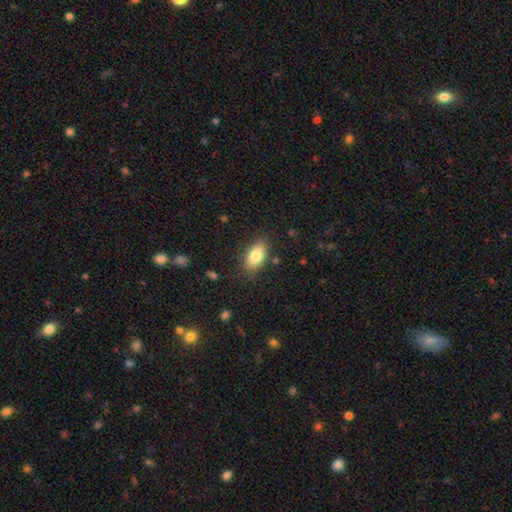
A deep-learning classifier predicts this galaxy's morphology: Smooth or featured?
  - smooth: 83% *
  - featured or disk: 10%
  - star or artifact: 7%
How rounded?
  - in between: 92% *
  - round: 5%
  - cigar-shaped: 4%
Merging?
  - none: 82% *
  - minor disturbance: 13%
  - major disturbance: 4%
  - merger: 2%